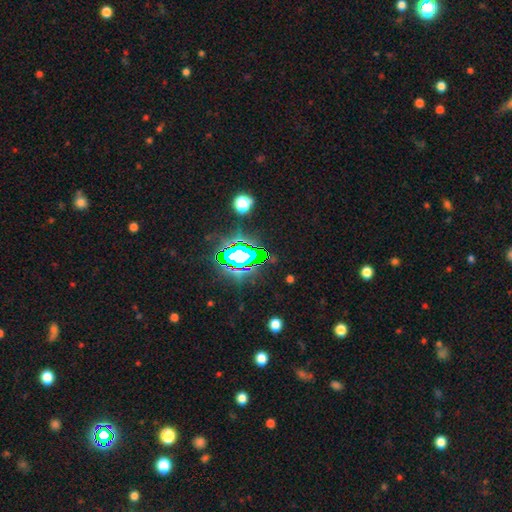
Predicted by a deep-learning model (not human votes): This is clearly a star or artifact rather than a galaxy (83%).